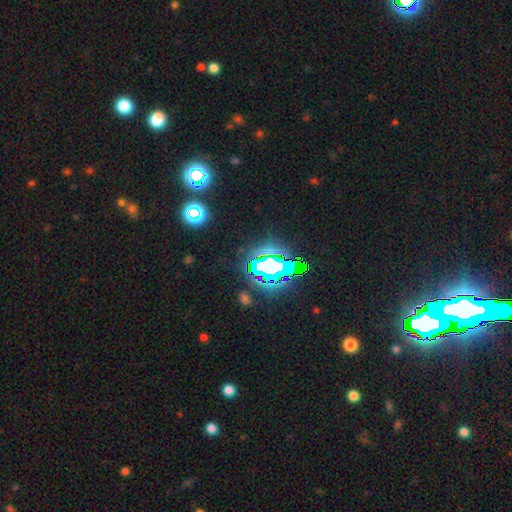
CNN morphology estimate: smooth_or_featured: star or artifact (p=0.79) [alt: smooth p=0.12]